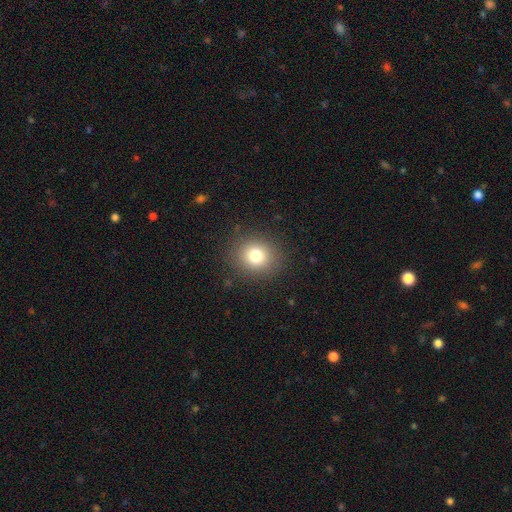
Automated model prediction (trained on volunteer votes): A smooth galaxy with no disk features (78%) that is round (81%).

Vote fractions:
- Smooth or featured? smooth: 78% / star or artifact: 13% / featured or disk: 9%
- How rounded? round: 81% / in between: 19% / cigar-shaped: 1%
- Merging? none: 88% / minor disturbance: 8% / major disturbance: 3% / merger: 1%